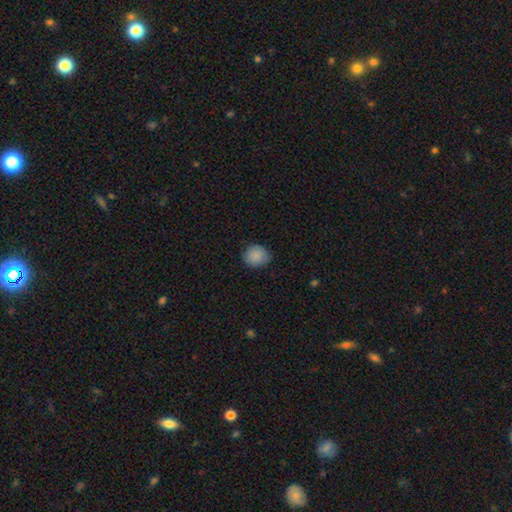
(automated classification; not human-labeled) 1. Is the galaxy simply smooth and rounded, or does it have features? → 88% smooth, 8% star or artifact, 4% featured or disk.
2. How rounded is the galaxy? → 73% round, 26% in between, 1% cigar-shaped.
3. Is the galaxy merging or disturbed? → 78% none, 18% minor disturbance, 3% major disturbance, 1% merger.